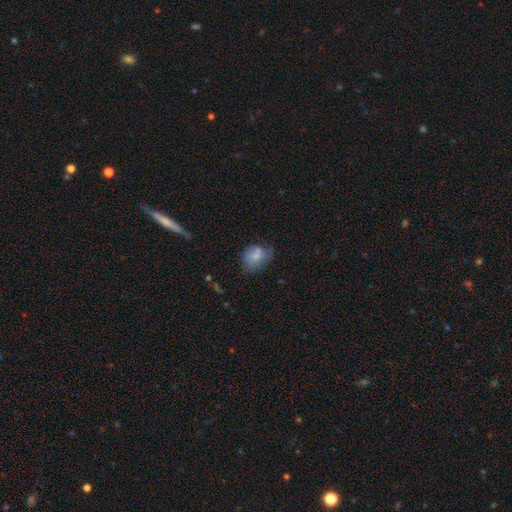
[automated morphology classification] A smooth galaxy with no disk features (71%) that is in between round and cigar-shaped (60%).

Vote fractions:
- Smooth or featured? smooth: 71% / featured or disk: 20% / star or artifact: 9%
- How rounded? in between: 60% / round: 39% / cigar-shaped: 1%
- Merging? none: 42% / minor disturbance: 32% / major disturbance: 14% / merger: 12%